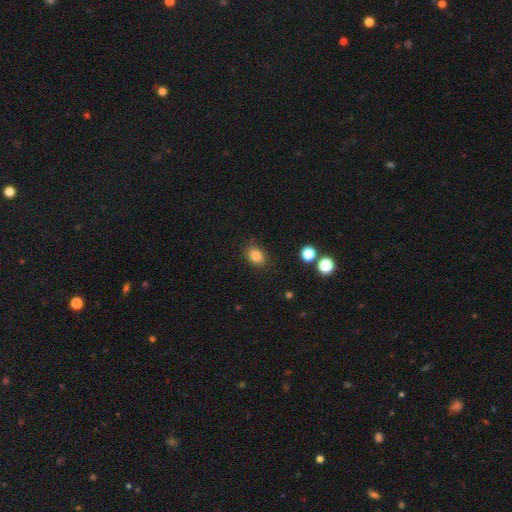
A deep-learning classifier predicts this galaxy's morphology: type=smooth (84%); roundness=in between (71%); merging=none (86%).